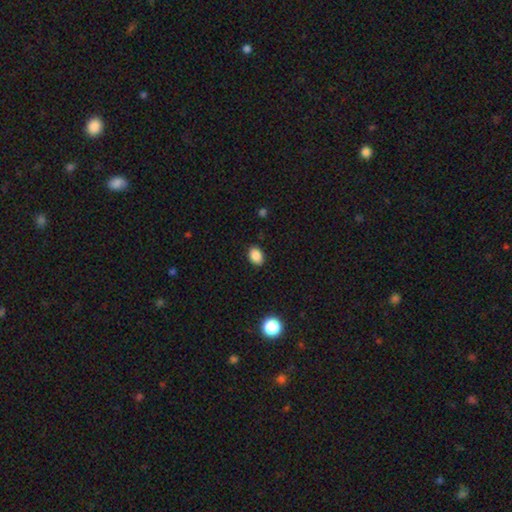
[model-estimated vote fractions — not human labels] A smooth galaxy with no disk features (88%) that is in between round and cigar-shaped (73%). Merging: none (88%).